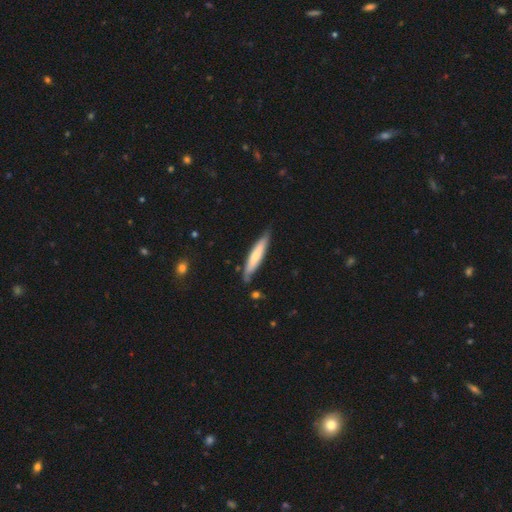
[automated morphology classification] smooth-or-featured: smooth: 62% | featured or disk: 33% | star or artifact: 5%
  how-rounded: cigar-shaped: 87% | in between: 12% | round: 1%
  merging: none: 77% | minor disturbance: 18% | major disturbance: 3% | merger: 2%